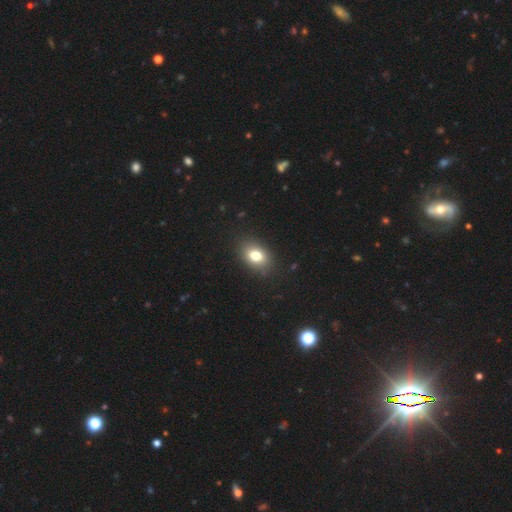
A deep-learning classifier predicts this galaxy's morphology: smooth 78%, featured or disk 11%, star or artifact 11%. Down the decision tree: how rounded — in between (72%); merging — none (85%).